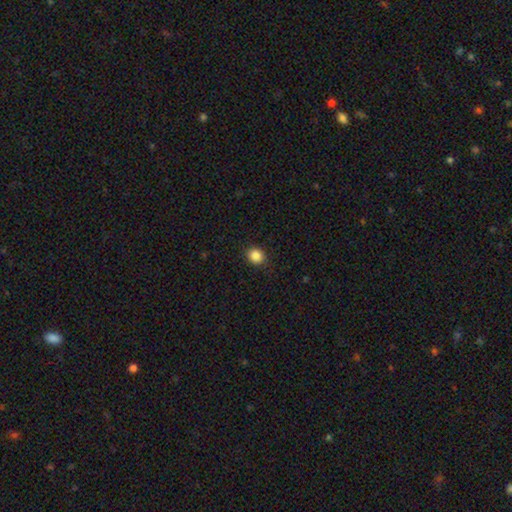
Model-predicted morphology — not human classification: Smooth or featured? smooth (86%)
How rounded? round (73%)
Merging? none (90%)